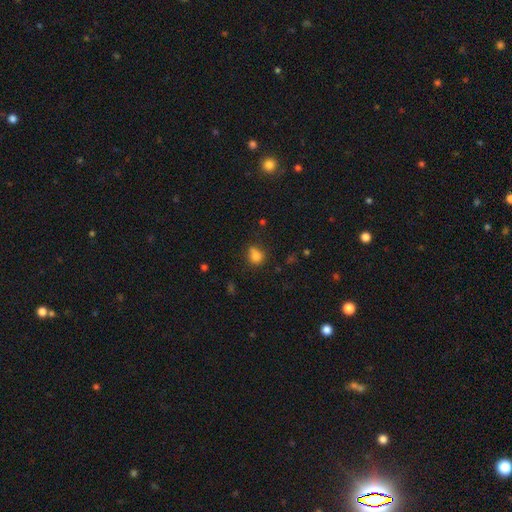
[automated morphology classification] smooth-or-featured: smooth: 80% | star or artifact: 13% | featured or disk: 8%
  how-rounded: round: 71% | in between: 27% | cigar-shaped: 1%
  merging: none: 56% | minor disturbance: 22% | merger: 14% | major disturbance: 7%